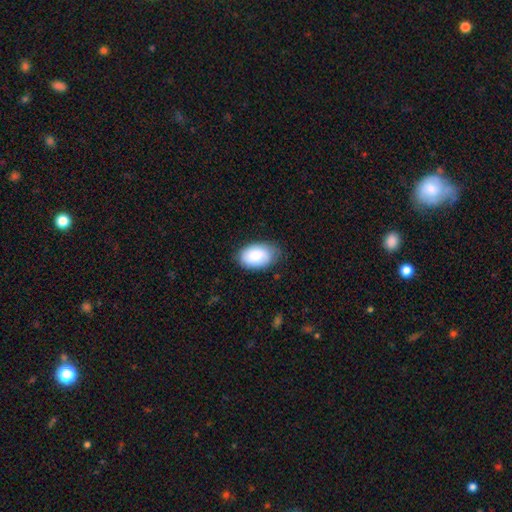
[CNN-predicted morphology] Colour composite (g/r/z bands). It shows a smooth galaxy with no disk features (84%) that is in between round and cigar-shaped (91%). Merging: none (72%).